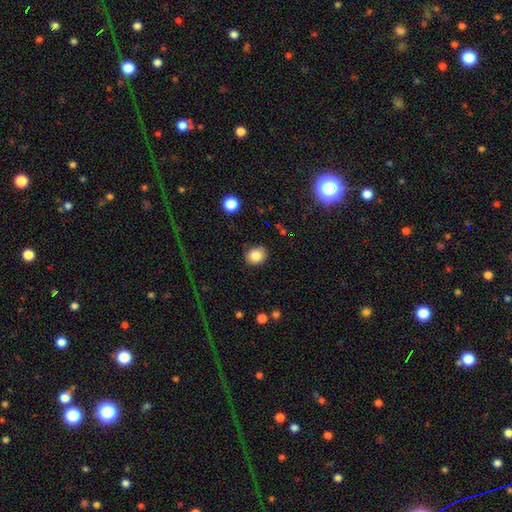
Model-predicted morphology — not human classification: Smooth or featured? smooth (84%)
How rounded? round (61%)
Merging? none (88%)